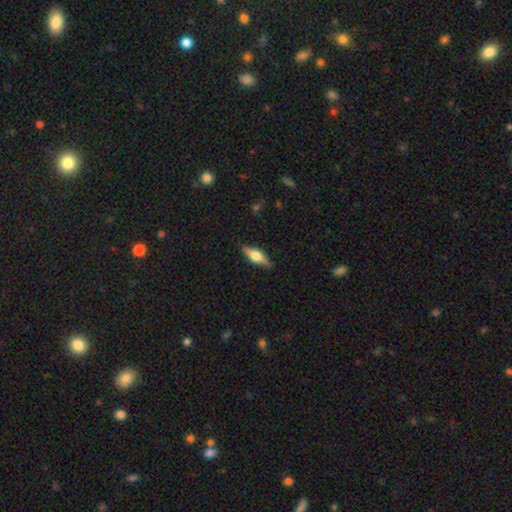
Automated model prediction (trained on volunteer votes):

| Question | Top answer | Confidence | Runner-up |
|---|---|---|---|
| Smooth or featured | featured or disk | 48% | smooth (46%) |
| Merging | none | 83% | minor disturbance (14%) |